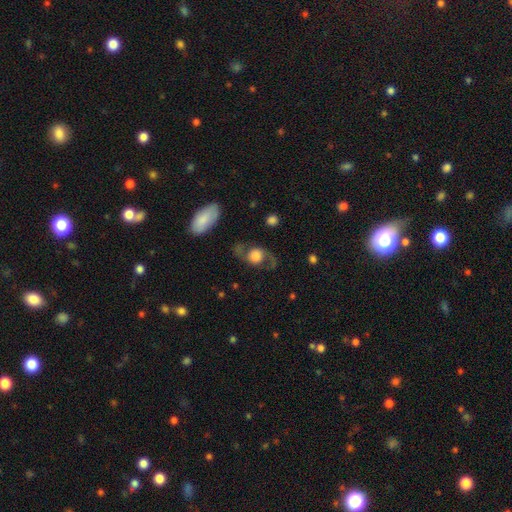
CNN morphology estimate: Smooth or featured?
  - featured or disk: 66% *
  - smooth: 26%
  - star or artifact: 8%
Edge-on disk?
  - no: 94% *
  - yes: 6%
Bar?
  - no: 72% *
  - weak: 22%
  - strong: 5%
Spiral arms?
  - yes: 88% *
  - no: 12%
Spiral winding?
  - loose: 66% *
  - medium: 28%
  - tight: 6%
Spiral arm count?
  - 2: 92% *
  - 1: 3%
  - can't tell: 2%
  - 3: 1%
  - 4: 1%
  - more than 4: 1%
Bulge size?
  - large: 49% *
  - dominant: 20%
  - moderate: 18%
  - small: 8%
  - none: 6%
Merging?
  - none: 63% *
  - minor disturbance: 17%
  - major disturbance: 16%
  - merger: 4%